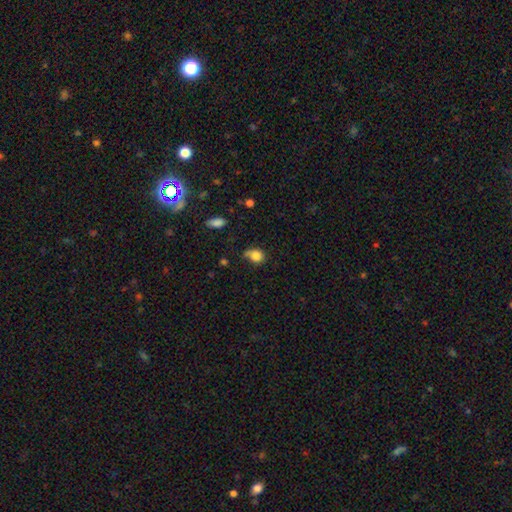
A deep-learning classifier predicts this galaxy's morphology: Q: Smooth or featured?
A: smooth (83%); runner-up: star or artifact (10%)
Q: How rounded?
A: round (63%); runner-up: in between (36%)
Q: Merging?
A: none (50%); runner-up: minor disturbance (31%)